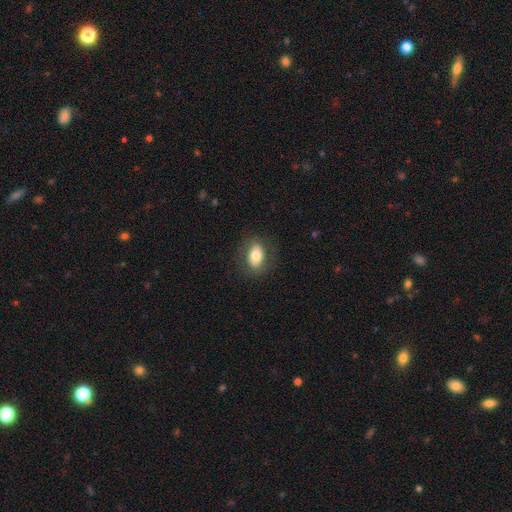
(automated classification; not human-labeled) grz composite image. It shows a smooth galaxy with no disk features (75%) that is in between round and cigar-shaped (83%). Merging: none (82%).